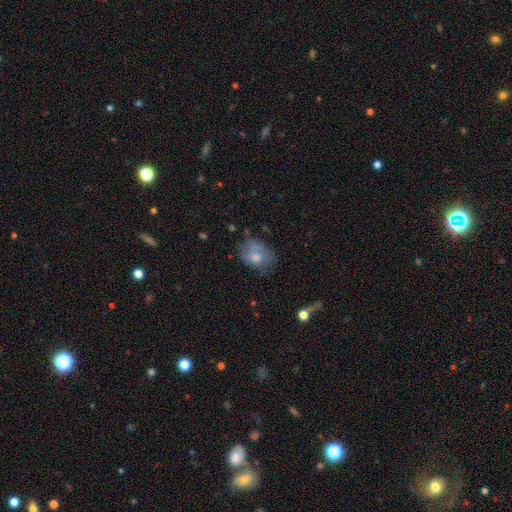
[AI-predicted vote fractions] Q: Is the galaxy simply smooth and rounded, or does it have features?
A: smooth — 67%.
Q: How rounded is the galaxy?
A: in between — 66%.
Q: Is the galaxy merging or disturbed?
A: none — 49%.